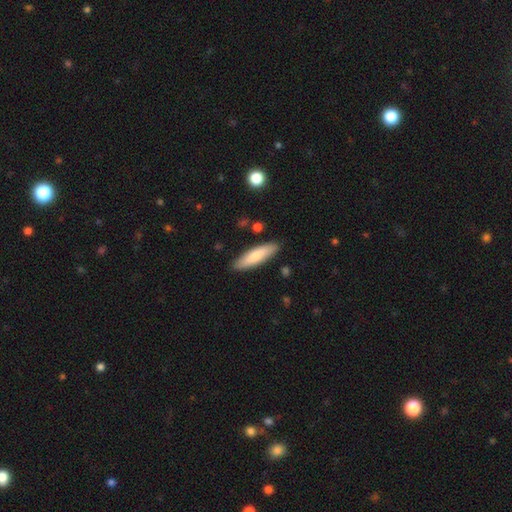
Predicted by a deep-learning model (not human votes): Q: Smooth or featured?
A: smooth (77%); runner-up: featured or disk (18%)
Q: How rounded?
A: cigar-shaped (64%); runner-up: in between (34%)
Q: Merging?
A: none (88%); runner-up: minor disturbance (9%)